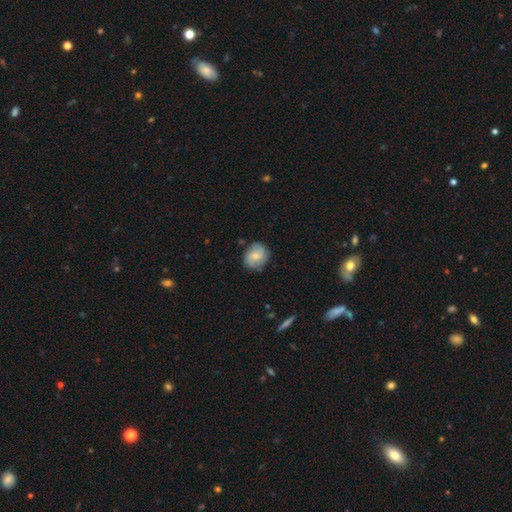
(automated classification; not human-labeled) Smooth or featured? Predicted: smooth (p=0.51). How rounded? Predicted: round (p=0.71). Merging? Predicted: none (p=0.75).